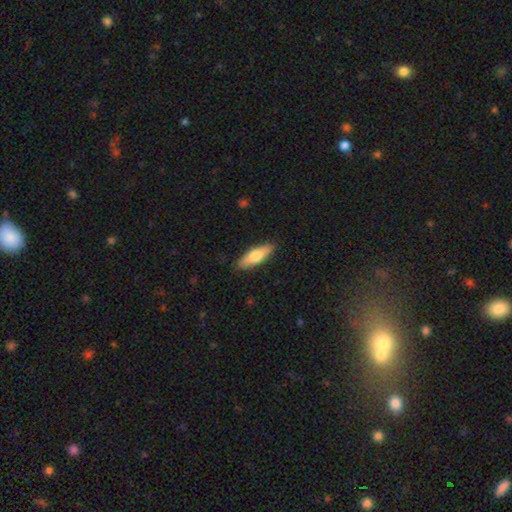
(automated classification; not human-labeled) Q: Smooth or featured?
A: smooth (69%); runner-up: featured or disk (26%)
Q: How rounded?
A: cigar-shaped (49%); tied with: in between (49%)
Q: Merging?
A: none (87%); runner-up: minor disturbance (10%)